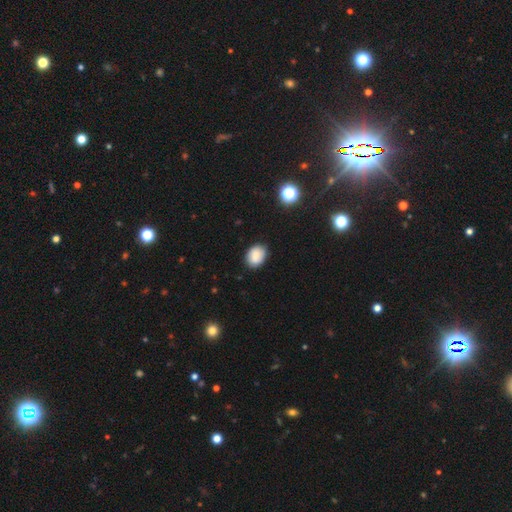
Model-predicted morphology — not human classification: smooth-or-featured: smooth: 85% | star or artifact: 8% | featured or disk: 6%
  how-rounded: in between: 65% | round: 34% | cigar-shaped: 1%
  merging: none: 83% | minor disturbance: 14% | major disturbance: 3% | merger: 1%